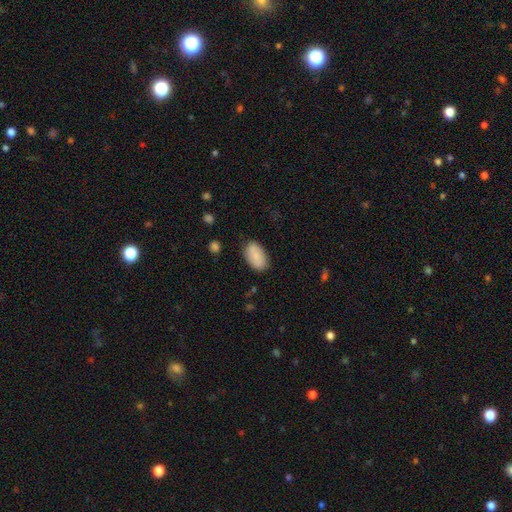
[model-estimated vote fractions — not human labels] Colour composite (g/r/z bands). It shows a smooth galaxy with no disk features (85%) that is in between round and cigar-shaped (94%). Merging: none (84%).